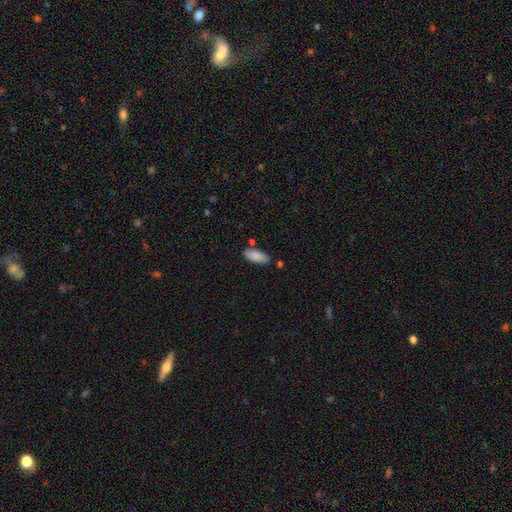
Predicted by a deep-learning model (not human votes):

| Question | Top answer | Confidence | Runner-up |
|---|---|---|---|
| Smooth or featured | smooth | 87% | featured or disk (7%) |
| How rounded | in between | 84% | cigar-shaped (15%) |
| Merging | none | 78% | minor disturbance (13%) |